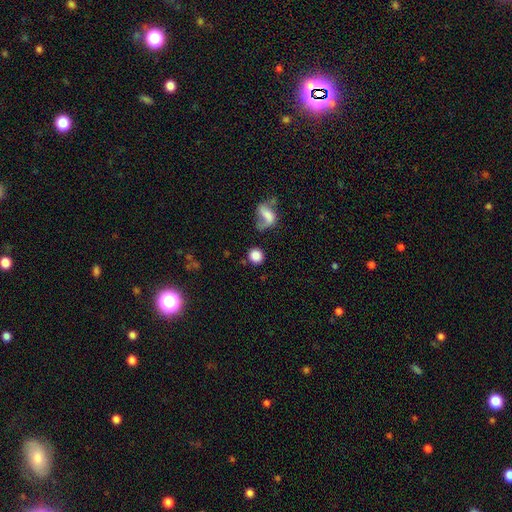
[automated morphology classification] smooth_or_featured: smooth (p=0.82) [alt: star or artifact p=0.10]
how_rounded: round (p=0.87) [alt: in between p=0.12]
merging: none (p=0.73) [alt: minor disturbance p=0.11]